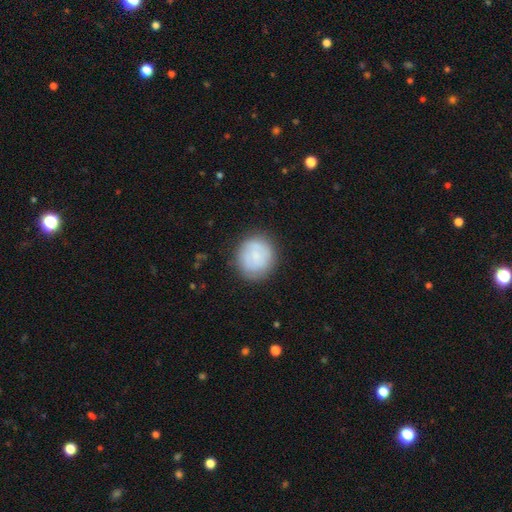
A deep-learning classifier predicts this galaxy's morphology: Smooth or featured: smooth — 70% (featured or disk — 23%)
How rounded: round — 89% (in between — 10%)
Merging: none — 81% (minor disturbance — 13%)